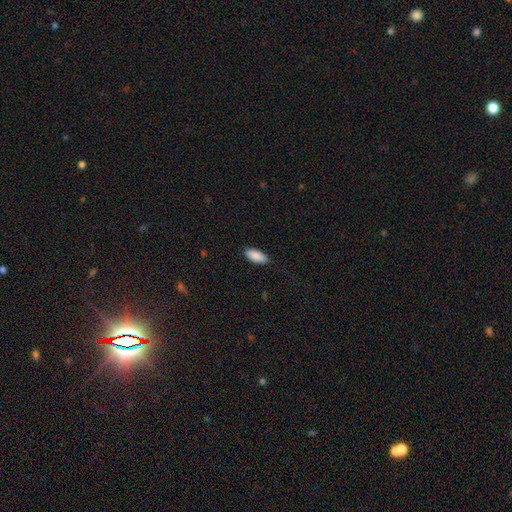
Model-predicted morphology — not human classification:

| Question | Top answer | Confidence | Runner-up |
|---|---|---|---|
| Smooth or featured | smooth | 89% | star or artifact (6%) |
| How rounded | in between | 89% | cigar-shaped (9%) |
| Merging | none | 86% | minor disturbance (11%) |